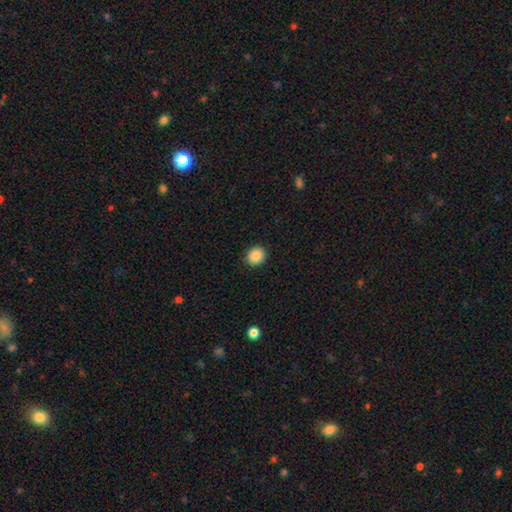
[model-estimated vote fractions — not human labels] smooth-or-featured: smooth: 88% | star or artifact: 9% | featured or disk: 3%
  how-rounded: round: 81% | in between: 18% | cigar-shaped: 1%
  merging: none: 91% | minor disturbance: 6% | major disturbance: 2% | merger: 1%